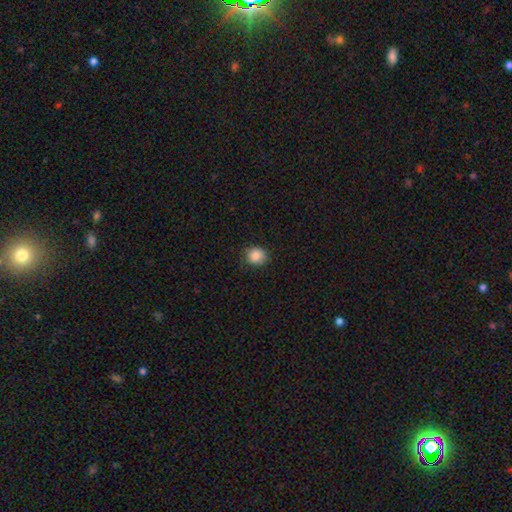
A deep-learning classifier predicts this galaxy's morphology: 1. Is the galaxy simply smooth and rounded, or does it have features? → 87% smooth, 9% star or artifact, 4% featured or disk.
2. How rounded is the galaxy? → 84% round, 15% in between, 1% cigar-shaped.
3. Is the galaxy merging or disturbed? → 83% none, 14% minor disturbance, 3% major disturbance, 1% merger.